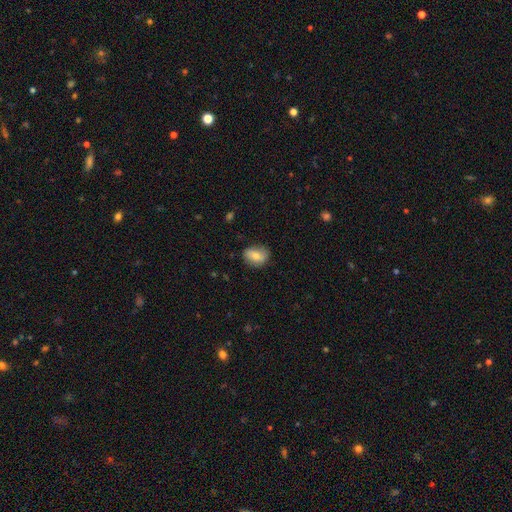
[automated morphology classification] Smooth or featured? smooth (75%)
How rounded? in between (69%)
Merging? none (71%)